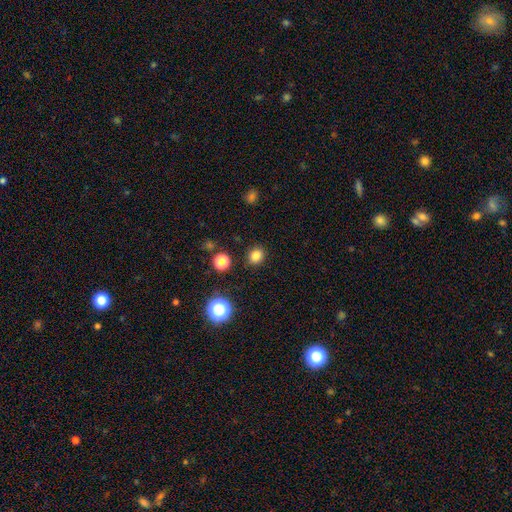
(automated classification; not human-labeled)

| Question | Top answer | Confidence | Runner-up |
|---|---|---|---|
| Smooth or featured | smooth | 81% | star or artifact (14%) |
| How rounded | round | 72% | in between (27%) |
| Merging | none | 89% | minor disturbance (7%) |